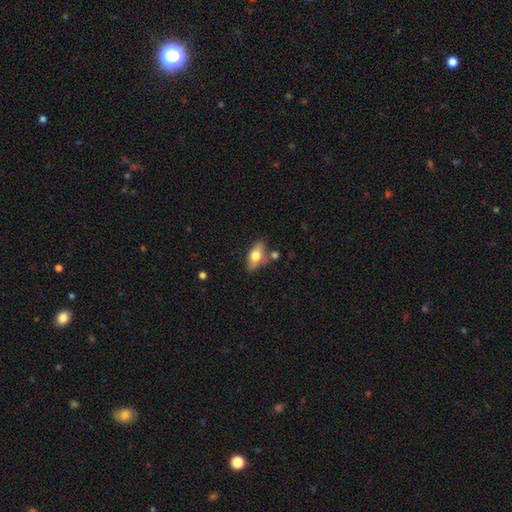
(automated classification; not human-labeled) This is likely a smooth galaxy (66%). How rounded: clearly in between (84%). Merging: likely none (71%).